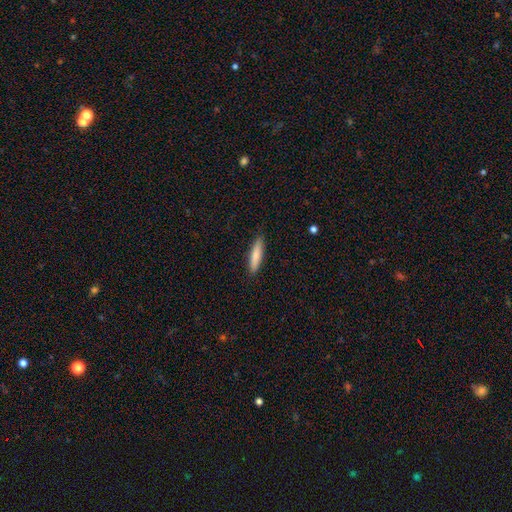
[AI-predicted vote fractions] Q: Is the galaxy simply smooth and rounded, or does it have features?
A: smooth — 78%.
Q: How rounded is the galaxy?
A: cigar-shaped — 81%.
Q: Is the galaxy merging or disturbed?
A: none — 89%.